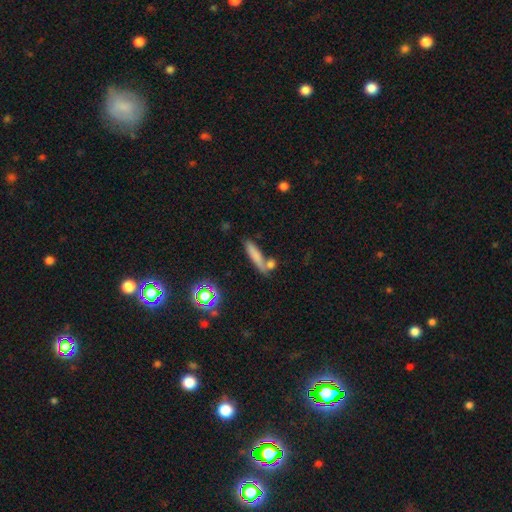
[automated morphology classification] Overall: smooth (73%). How rounded: cigar-shaped (78%). Merging: none (58%; merger 24%).